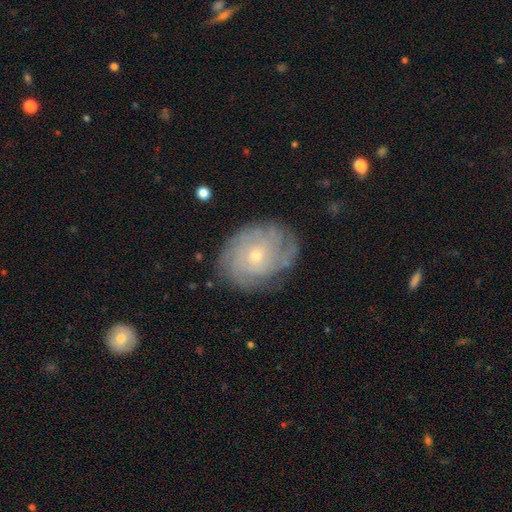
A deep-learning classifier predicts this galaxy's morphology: This appears to be a featured or disk galaxy (78%) with no bar (81%), tight (75%) spiral arms (93%) and a small central bulge (71%). Merging: none (78%).